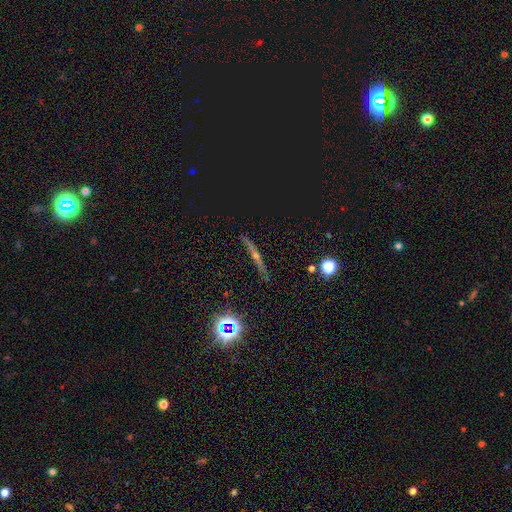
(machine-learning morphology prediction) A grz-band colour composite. It shows a featured or disk galaxy (60%) viewed edge-on (94%) with a rounded central bulge (82%). Merging: none (88%).